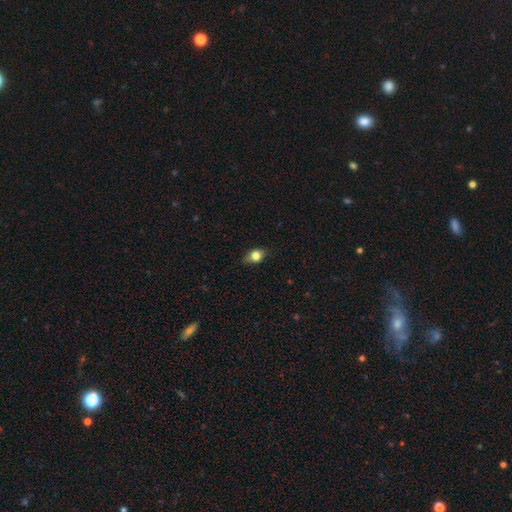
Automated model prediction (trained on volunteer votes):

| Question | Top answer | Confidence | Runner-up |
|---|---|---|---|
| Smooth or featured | smooth | 69% | featured or disk (21%) |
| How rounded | in between | 66% | round (28%) |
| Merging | none | 78% | minor disturbance (17%) |